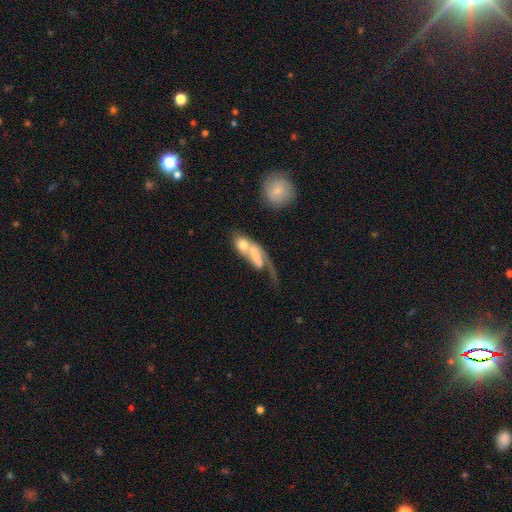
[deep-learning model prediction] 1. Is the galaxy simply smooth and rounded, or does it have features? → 49% featured or disk, 43% smooth, 8% star or artifact.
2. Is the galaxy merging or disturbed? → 61% merger, 19% major disturbance, 12% none, 8% minor disturbance.